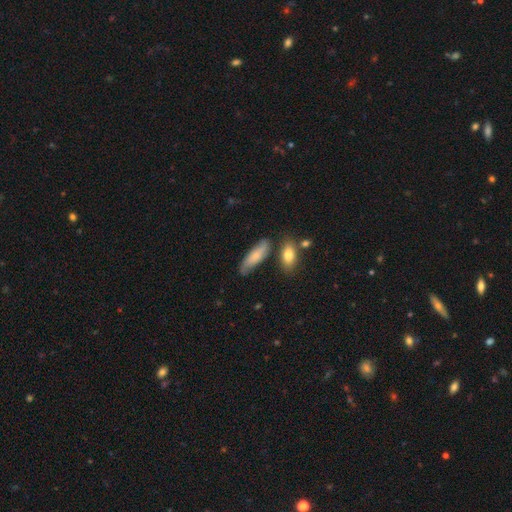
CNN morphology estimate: Overall: smooth (67%). How rounded: in between (52%; cigar-shaped 46%). Merging: none (68%).